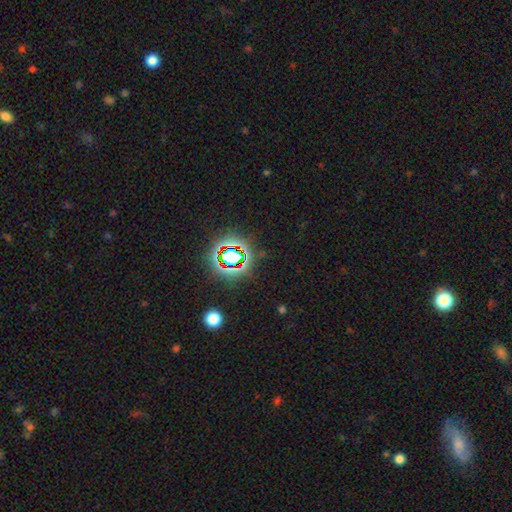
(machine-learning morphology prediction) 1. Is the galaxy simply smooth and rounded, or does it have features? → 77% star or artifact, 13% smooth, 10% featured or disk.